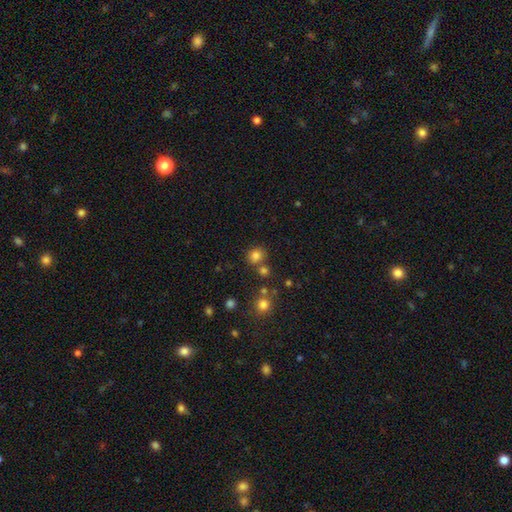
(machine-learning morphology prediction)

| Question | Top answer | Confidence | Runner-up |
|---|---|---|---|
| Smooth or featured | smooth | 78% | star or artifact (15%) |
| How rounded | round | 81% | in between (18%) |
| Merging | none | 70% | merger (16%) |